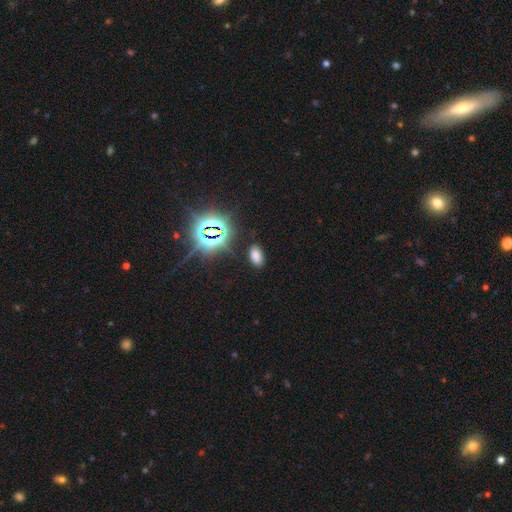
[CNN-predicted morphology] smooth-or-featured: smooth: 64% | star or artifact: 29% | featured or disk: 6%
  how-rounded: in between: 93% | round: 5% | cigar-shaped: 2%
  merging: none: 85% | minor disturbance: 10% | major disturbance: 3% | merger: 2%